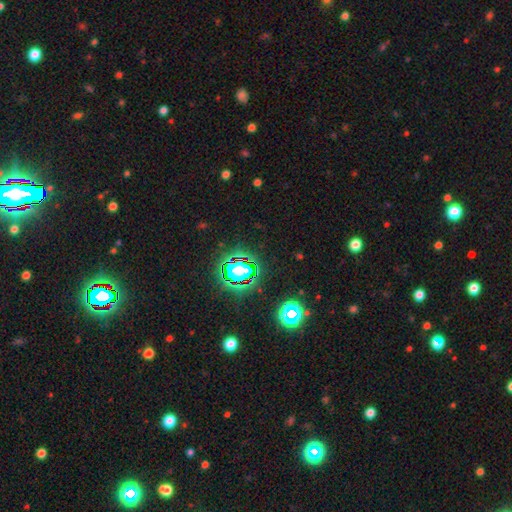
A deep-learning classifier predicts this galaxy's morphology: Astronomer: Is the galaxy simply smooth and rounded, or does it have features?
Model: star or artifact — 78%.